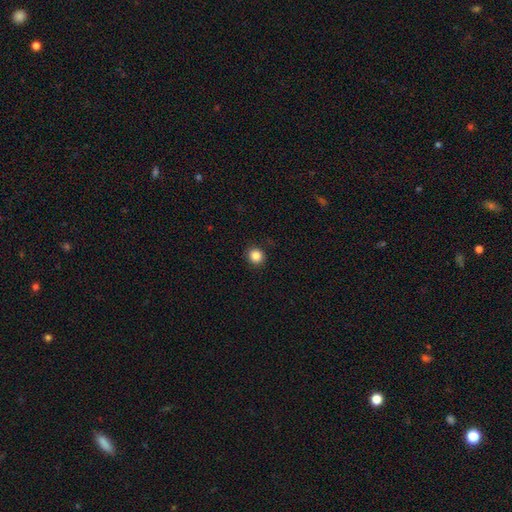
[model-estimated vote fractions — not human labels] This appears to be a smooth galaxy with no disk features (85%) that is round (92%). Merging: none (91%).